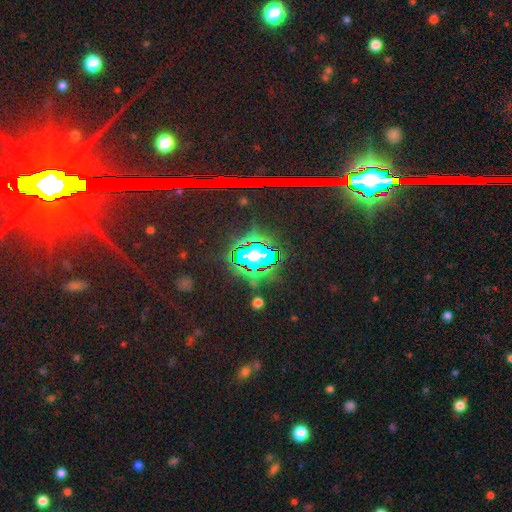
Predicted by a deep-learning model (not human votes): star or artifact 82%, smooth 10%, featured or disk 8%.